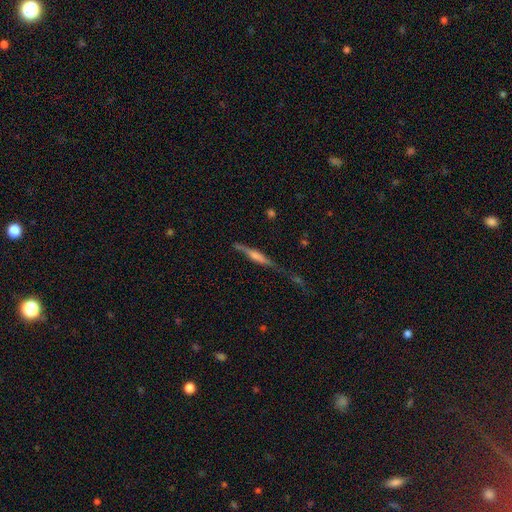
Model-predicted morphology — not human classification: Smooth or featured?
  - featured or disk: 69% *
  - smooth: 22%
  - star or artifact: 9%
Edge-on disk?
  - yes: 94% *
  - no: 6%
Edge-on bulge?
  - rounded: 61% *
  - boxy: 22%
  - none: 17%
Merging?
  - none: 59% *
  - minor disturbance: 21%
  - major disturbance: 12%
  - merger: 8%